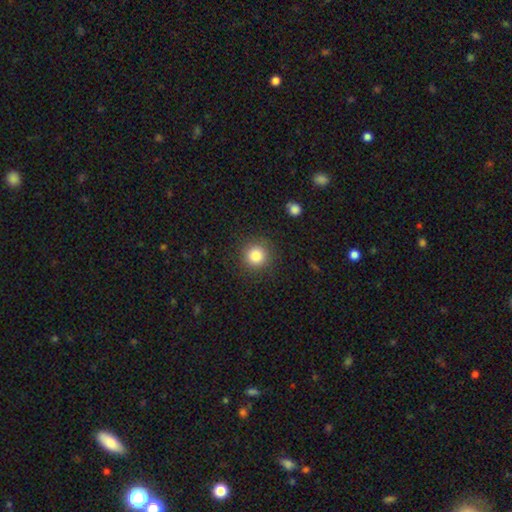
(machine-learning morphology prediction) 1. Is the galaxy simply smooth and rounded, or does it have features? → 83% smooth, 11% star or artifact, 5% featured or disk.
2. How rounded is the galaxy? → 94% round, 5% in between, 1% cigar-shaped.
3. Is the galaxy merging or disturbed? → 89% none, 7% minor disturbance, 3% major disturbance, 1% merger.